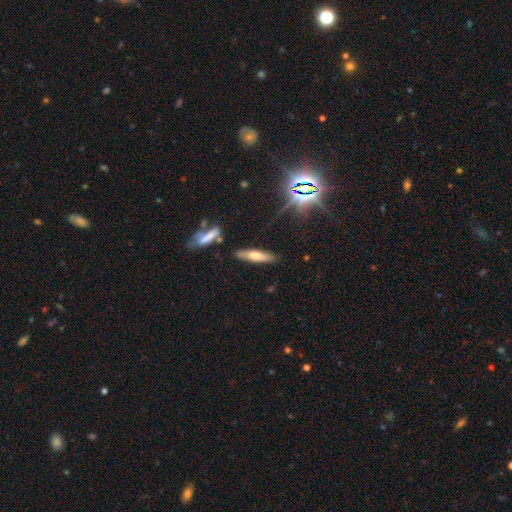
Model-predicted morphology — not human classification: This is likely a smooth galaxy (62%). How rounded: likely cigar-shaped (75%). Merging: likely none (80%).